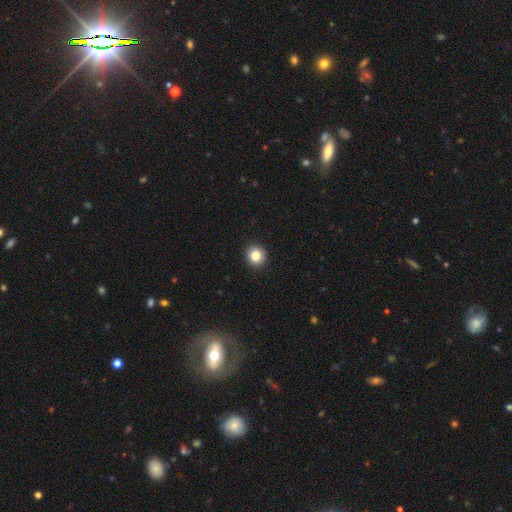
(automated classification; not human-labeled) smooth 84%, star or artifact 11%, featured or disk 6%. Down the decision tree: how rounded — round (92%); merging — none (93%).